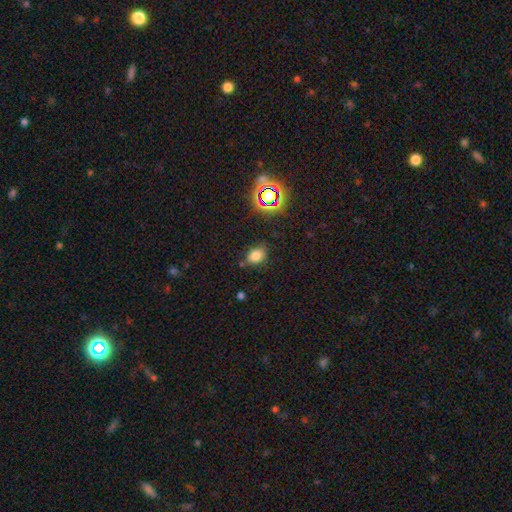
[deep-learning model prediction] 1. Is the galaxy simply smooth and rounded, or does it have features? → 75% smooth, 18% star or artifact, 7% featured or disk.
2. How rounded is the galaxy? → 65% in between, 33% round, 1% cigar-shaped.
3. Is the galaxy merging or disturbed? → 73% none, 18% minor disturbance, 4% major disturbance, 4% merger.